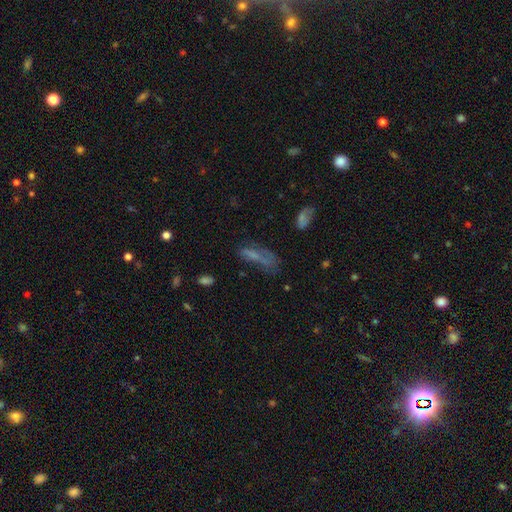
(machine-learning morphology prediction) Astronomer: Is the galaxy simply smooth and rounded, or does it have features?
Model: smooth — 53% (runner-up: featured or disk, 28%).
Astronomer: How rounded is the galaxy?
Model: cigar-shaped — 54% (runner-up: in between, 42%).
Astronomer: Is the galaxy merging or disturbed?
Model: none — 41% (runner-up: major disturbance, 28%).